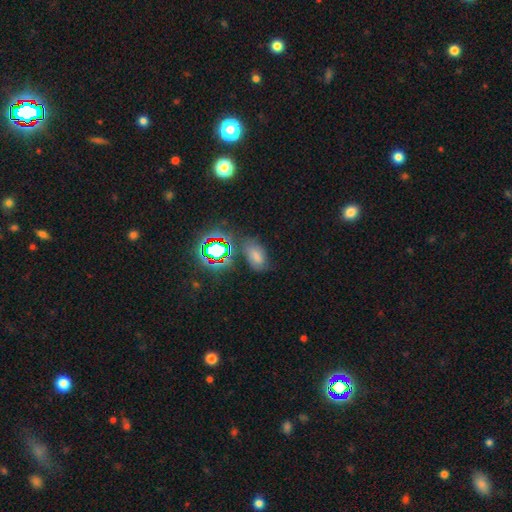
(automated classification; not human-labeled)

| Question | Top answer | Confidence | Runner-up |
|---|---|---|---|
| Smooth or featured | smooth | 54% | star or artifact (28%) |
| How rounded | in between | 88% | round (10%) |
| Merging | none | 63% | minor disturbance (23%) |